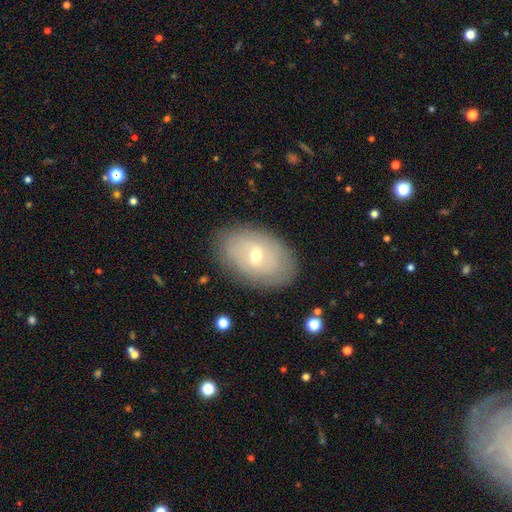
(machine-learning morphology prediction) Smooth or featured: featured or disk — 49% (smooth — 43%)
Merging: none — 83% (minor disturbance — 12%)